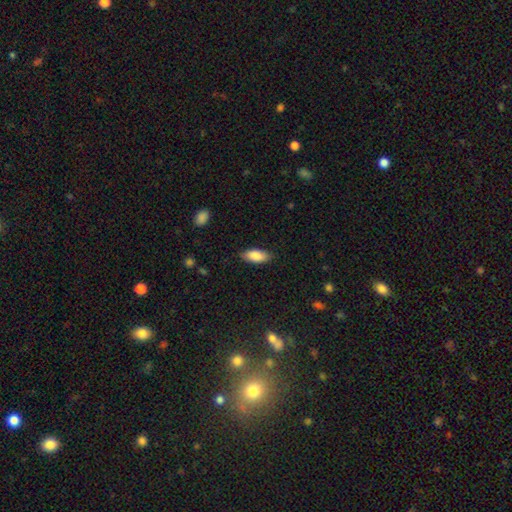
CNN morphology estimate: Smooth or featured? Predicted: smooth (p=0.86). How rounded? Predicted: in between (p=0.85). Merging? Predicted: none (p=0.84).